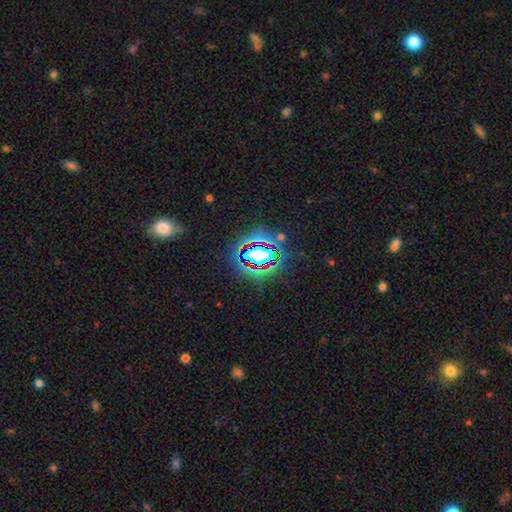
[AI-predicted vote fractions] Smooth or featured? star or artifact (69%)